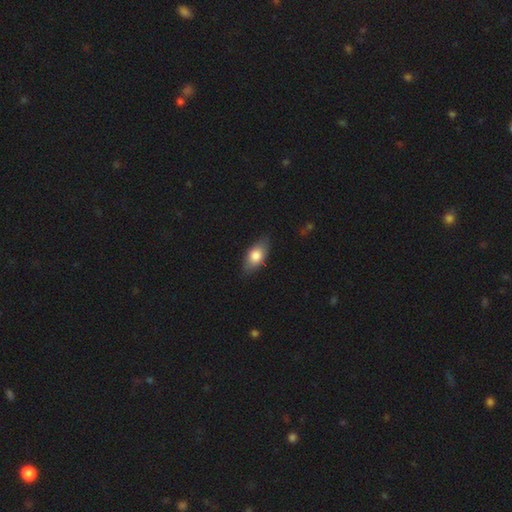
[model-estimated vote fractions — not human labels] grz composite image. It shows a smooth galaxy with no disk features (76%) that is in between round and cigar-shaped (87%). Merging: none (81%).